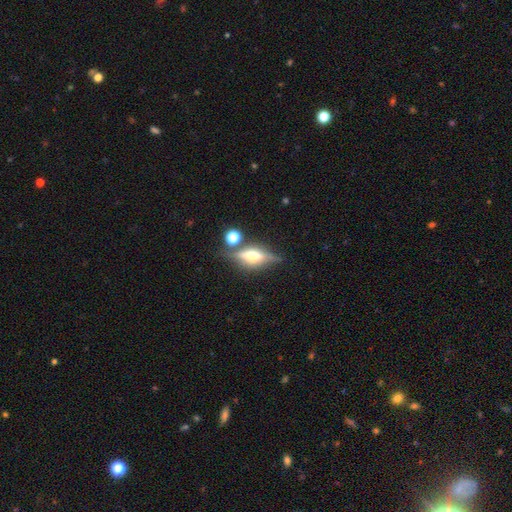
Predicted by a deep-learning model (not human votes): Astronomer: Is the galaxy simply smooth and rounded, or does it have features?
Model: featured or disk — 66%.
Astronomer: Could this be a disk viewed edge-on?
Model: yes — 91%.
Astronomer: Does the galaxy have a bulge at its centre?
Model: rounded — 91%.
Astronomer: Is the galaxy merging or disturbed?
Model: none — 73%.